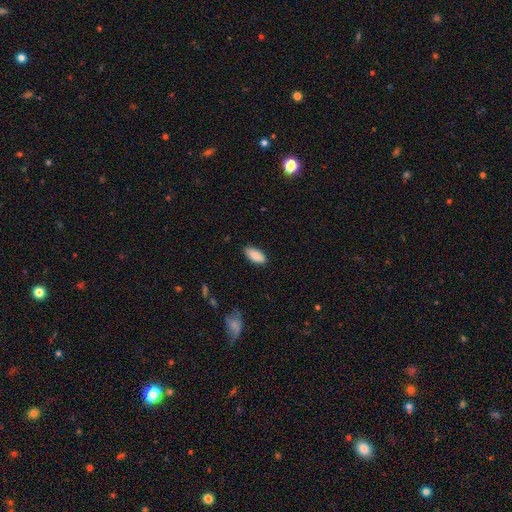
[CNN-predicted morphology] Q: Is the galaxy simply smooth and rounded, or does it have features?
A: smooth — 89%.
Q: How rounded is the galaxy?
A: in between — 90%.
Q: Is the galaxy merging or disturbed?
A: none — 85%.